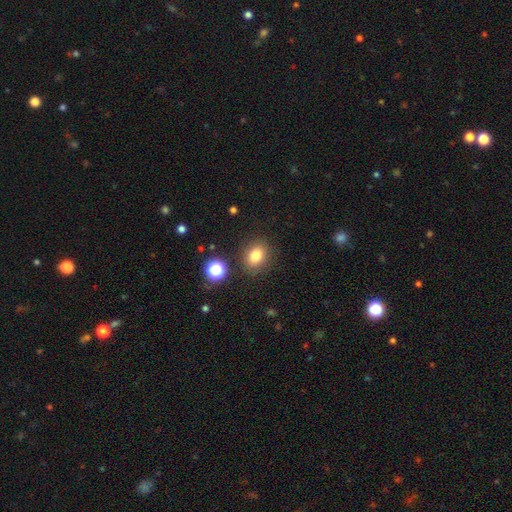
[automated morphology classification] Smooth or featured: smooth — 79% (star or artifact — 13%)
How rounded: in between — 52% (round — 47%)
Merging: none — 83% (minor disturbance — 10%)